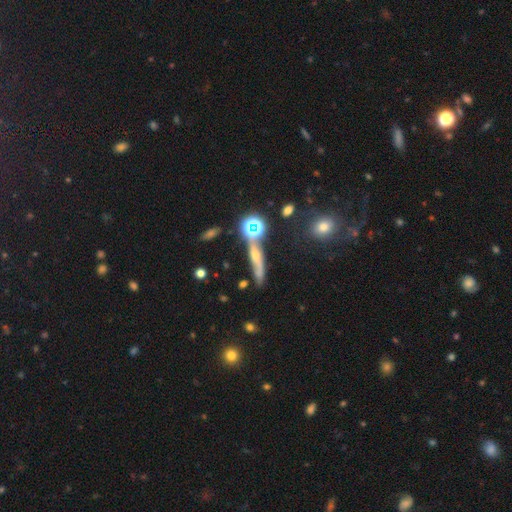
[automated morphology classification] Overall: featured or disk (53%; smooth 27%). Edge-on disk: yes (79%). Merging: none (61%).